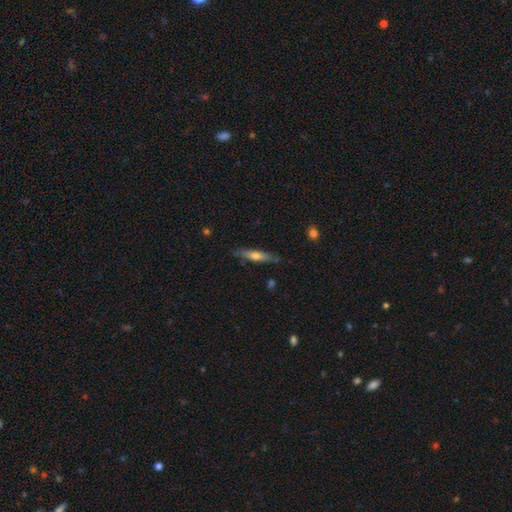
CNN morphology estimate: A smooth galaxy with no disk features (53%) that is cigar-shaped (79%). Merging: none (79%).